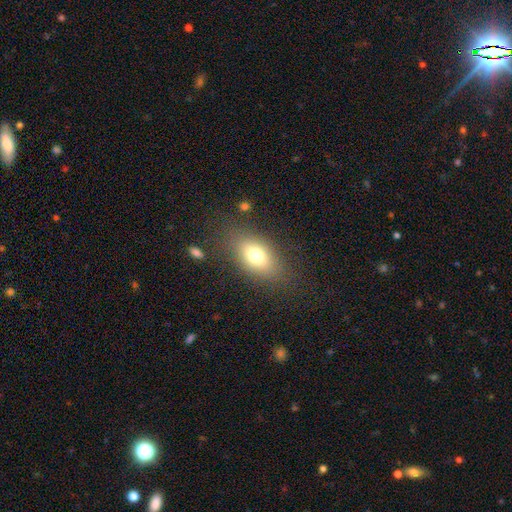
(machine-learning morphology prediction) This appears to be a smooth galaxy with no disk features (73%) that is in between round and cigar-shaped (82%). Merging: none (78%).